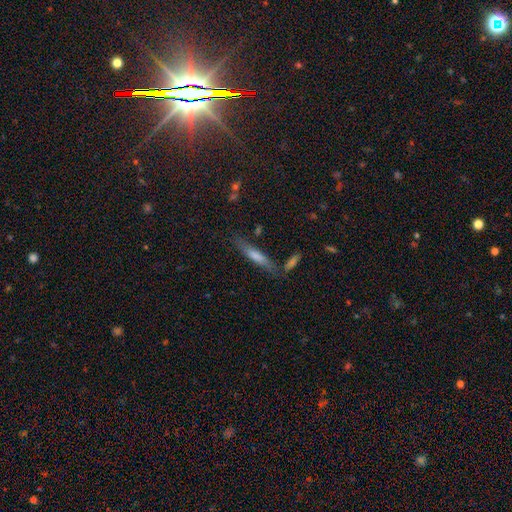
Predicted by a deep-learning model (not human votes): smooth_or_featured: smooth (p=0.54) [alt: featured or disk p=0.35]
how_rounded: cigar-shaped (p=0.87) [alt: in between p=0.11]
merging: none (p=0.77) [alt: minor disturbance p=0.13]